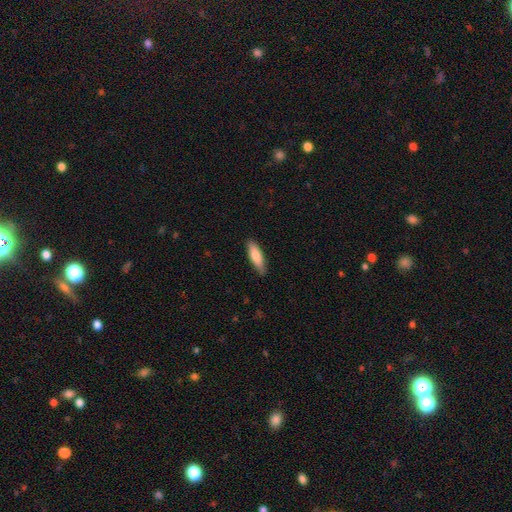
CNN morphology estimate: Overall: smooth (80%). How rounded: cigar-shaped (57%; in between 41%). Merging: none (87%).